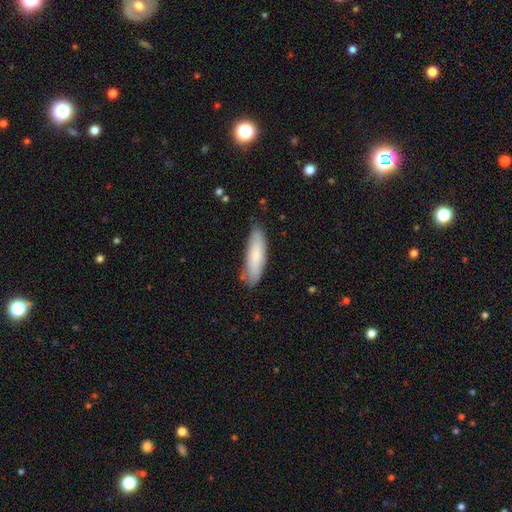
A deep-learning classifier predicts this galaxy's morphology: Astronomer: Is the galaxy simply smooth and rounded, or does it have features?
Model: smooth — 78%.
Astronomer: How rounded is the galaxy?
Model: cigar-shaped — 60% (runner-up: in between, 39%).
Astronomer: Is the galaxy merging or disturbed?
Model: none — 77%.